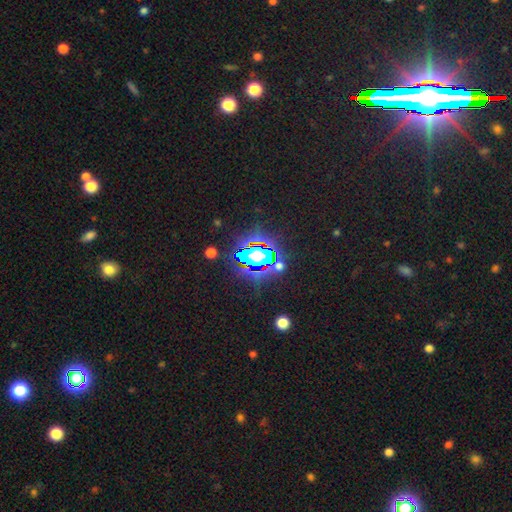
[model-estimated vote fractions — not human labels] star or artifact 63%, smooth 23%, featured or disk 14%.